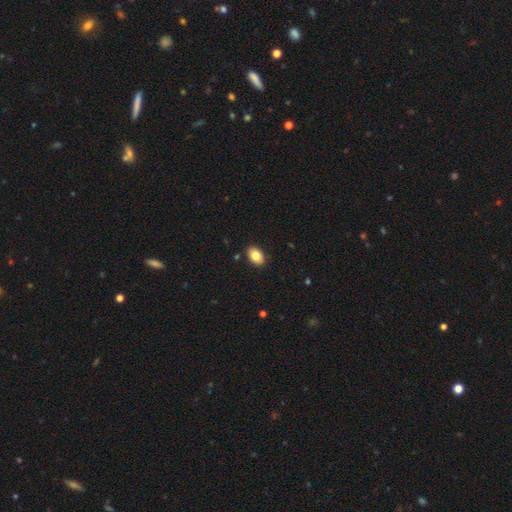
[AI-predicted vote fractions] smooth-or-featured: smooth: 83% | featured or disk: 9% | star or artifact: 8%
  how-rounded: in between: 86% | round: 13% | cigar-shaped: 1%
  merging: none: 89% | minor disturbance: 8% | major disturbance: 2% | merger: 1%